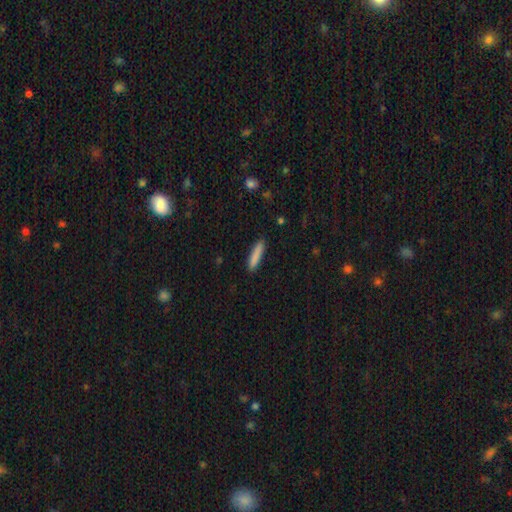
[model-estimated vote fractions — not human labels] A smooth galaxy with no disk features (86%) that is cigar-shaped (84%).

Vote fractions:
- Smooth or featured? smooth: 86% / featured or disk: 8% / star or artifact: 6%
- How rounded? cigar-shaped: 84% / in between: 15% / round: 1%
- Merging? none: 88% / minor disturbance: 9% / major disturbance: 2% / merger: 1%